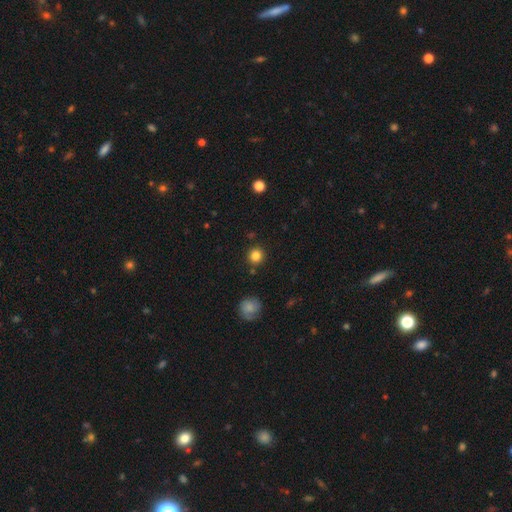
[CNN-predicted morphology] This appears to be a smooth galaxy with no disk features (83%) that is round (93%). Merging: none (87%).